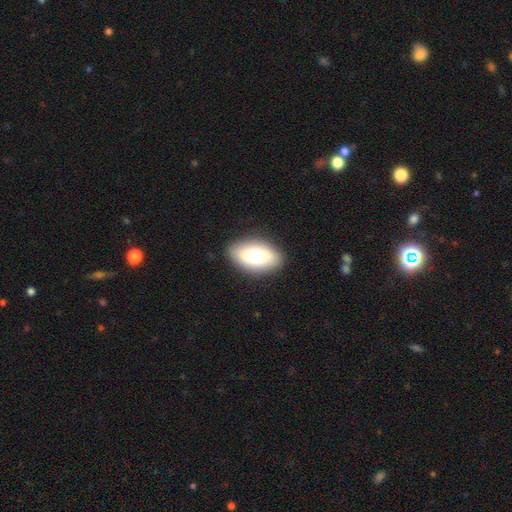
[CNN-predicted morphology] A smooth galaxy with no disk features (73%) that is in between round and cigar-shaped (91%).

Vote fractions:
- Smooth or featured? smooth: 73% / featured or disk: 19% / star or artifact: 8%
- How rounded? in between: 91% / round: 7% / cigar-shaped: 2%
- Merging? none: 87% / minor disturbance: 9% / major disturbance: 3% / merger: 1%